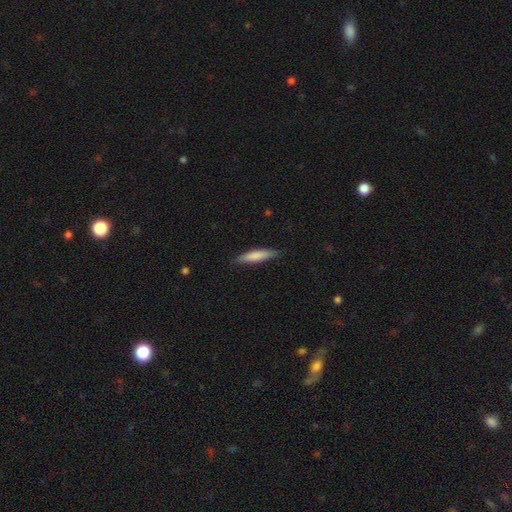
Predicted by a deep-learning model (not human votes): Q: Smooth or featured?
A: smooth (76%); runner-up: featured or disk (18%)
Q: How rounded?
A: cigar-shaped (84%); runner-up: in between (15%)
Q: Merging?
A: none (87%); runner-up: minor disturbance (10%)